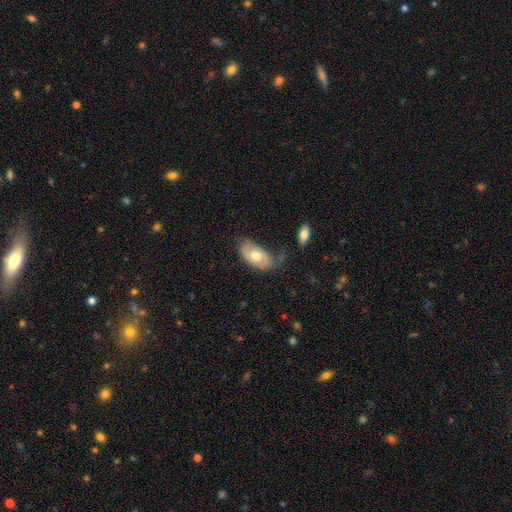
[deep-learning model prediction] Smooth or featured?
  - smooth: 62% *
  - featured or disk: 32%
  - star or artifact: 6%
How rounded?
  - in between: 93% *
  - round: 5%
  - cigar-shaped: 2%
Merging?
  - none: 42% *
  - minor disturbance: 34%
  - major disturbance: 18%
  - merger: 7%